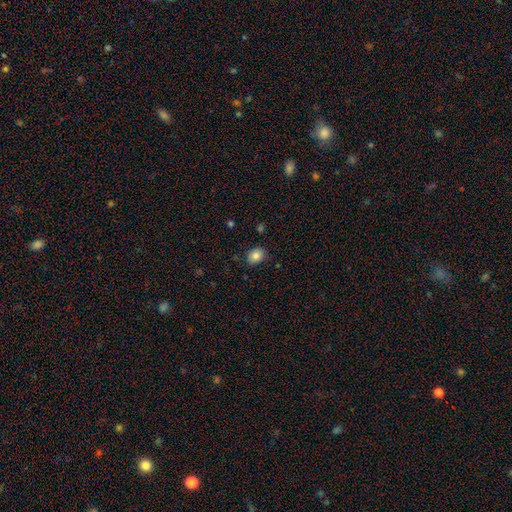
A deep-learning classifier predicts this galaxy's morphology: Smooth or featured: smooth — 84% (star or artifact — 9%)
How rounded: round — 51% (in between — 48%)
Merging: none — 84% (minor disturbance — 12%)